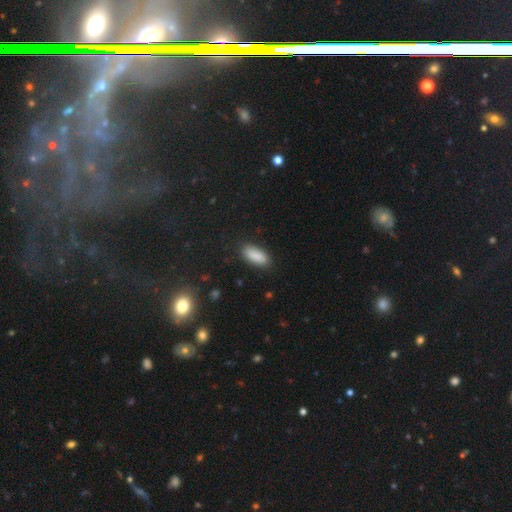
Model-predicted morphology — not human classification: type=smooth (89%); roundness=in between (87%); merging=none (87%).